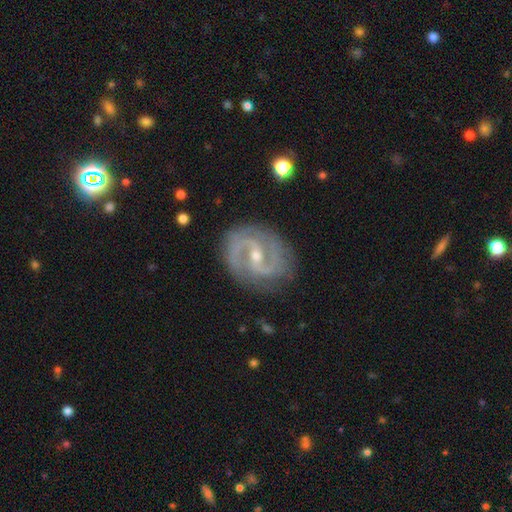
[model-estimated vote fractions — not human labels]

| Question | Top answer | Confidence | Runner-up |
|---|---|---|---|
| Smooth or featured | featured or disk | 91% | star or artifact (5%) |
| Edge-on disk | no | 98% | yes (2%) |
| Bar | weak | 46% | strong (29%) |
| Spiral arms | yes | 98% | no (2%) |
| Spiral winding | medium | 58% | tight (28%) |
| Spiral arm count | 2 | 91% | can't tell (3%) |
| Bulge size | small | 60% | moderate (37%) |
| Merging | none | 81% | minor disturbance (13%) |